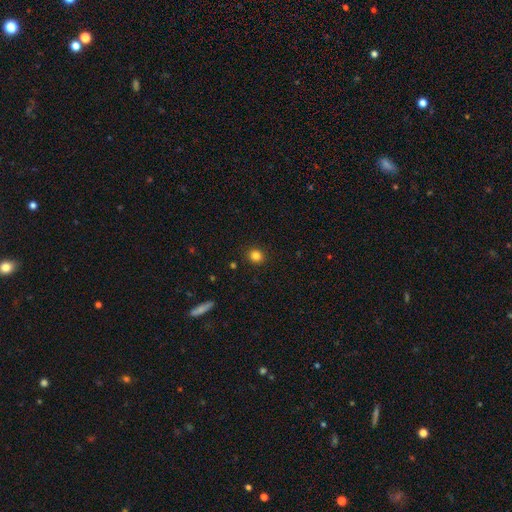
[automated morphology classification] The model was most divided on "smooth or featured": smooth: 83%, star or artifact: 12%, featured or disk: 4%. More confident: merging — none (91%); how rounded — round (86%).